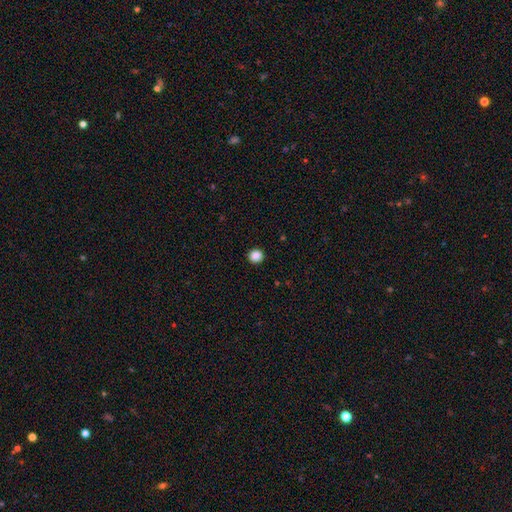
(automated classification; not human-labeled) This appears to be a smooth galaxy with no disk features (87%) that is round (92%). Merging: none (93%).